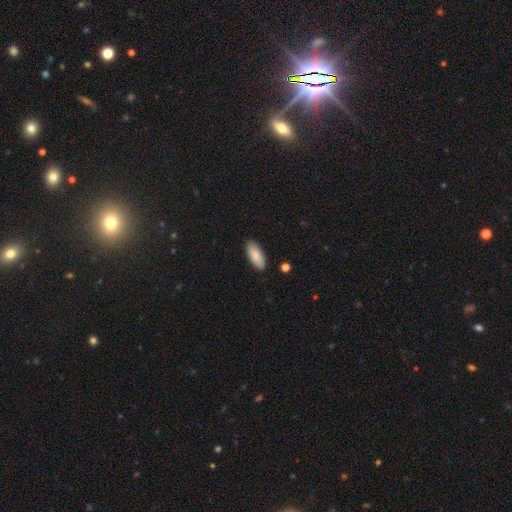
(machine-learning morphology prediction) This appears to be a smooth galaxy with no disk features (86%) that is in between round and cigar-shaped (83%). Merging: none (88%).